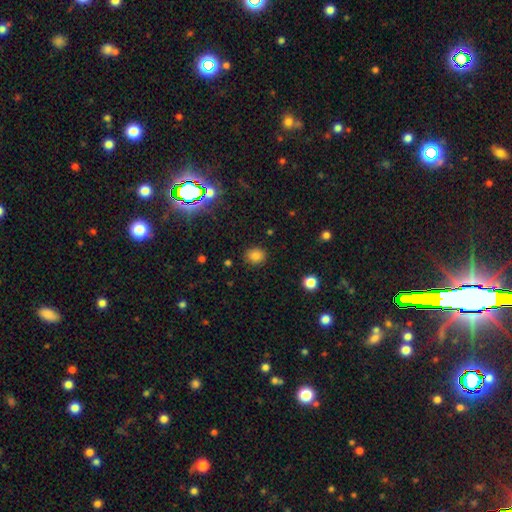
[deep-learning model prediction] A smooth galaxy with no disk features (80%) that is round (71%).

Vote fractions:
- Smooth or featured? smooth: 80% / star or artifact: 14% / featured or disk: 6%
- How rounded? round: 71% / in between: 28% / cigar-shaped: 1%
- Merging? none: 86% / minor disturbance: 10% / major disturbance: 3% / merger: 1%